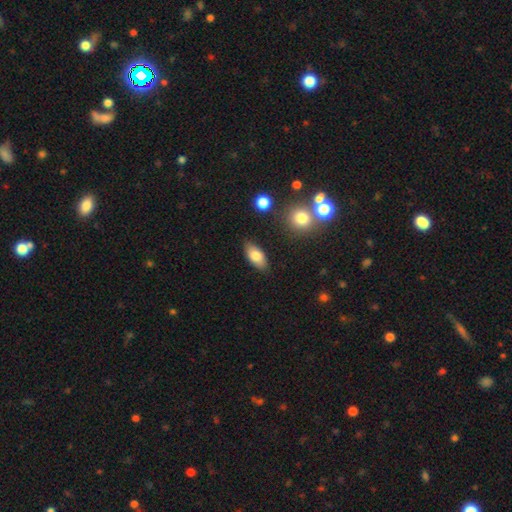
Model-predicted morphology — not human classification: smooth 80%, featured or disk 13%, star or artifact 8%. Down the decision tree: how rounded — in between (89%); merging — none (84%).